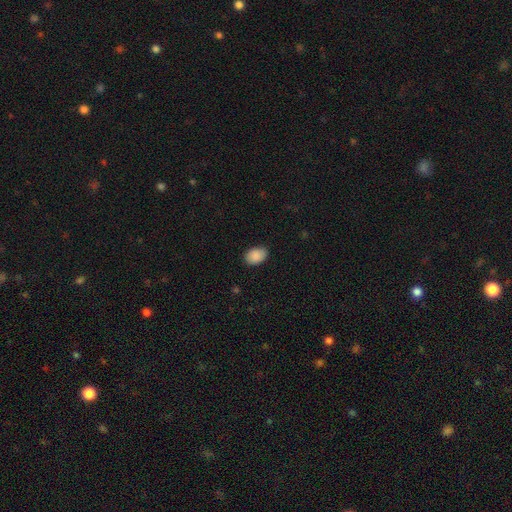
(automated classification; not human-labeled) Overall: smooth (90%). How rounded: in between (82%). Merging: none (84%).